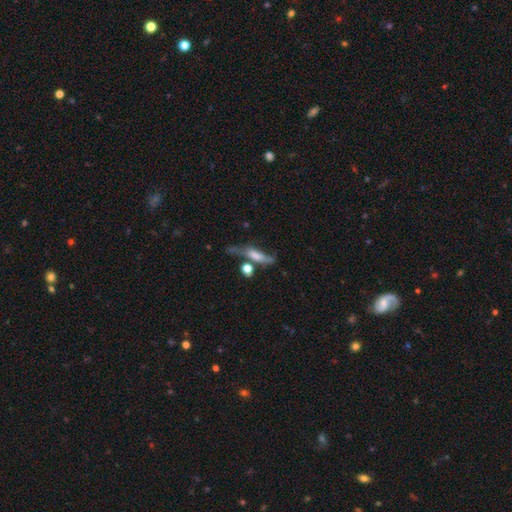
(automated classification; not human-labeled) Smooth or featured? smooth (46%)
Merging? none (34%)